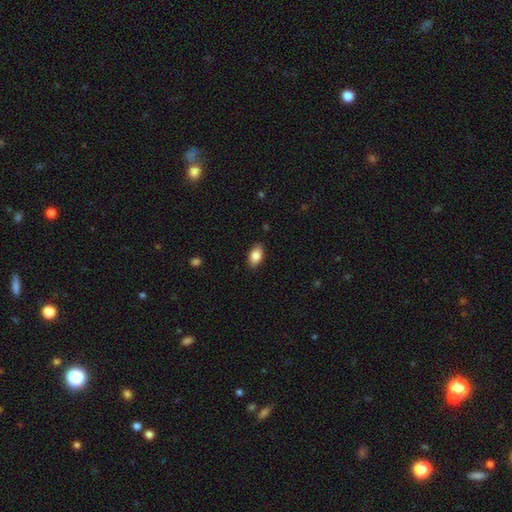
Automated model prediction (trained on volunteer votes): Smooth or featured: smooth — 85% (featured or disk — 8%)
How rounded: in between — 92% (round — 6%)
Merging: none — 87% (minor disturbance — 9%)